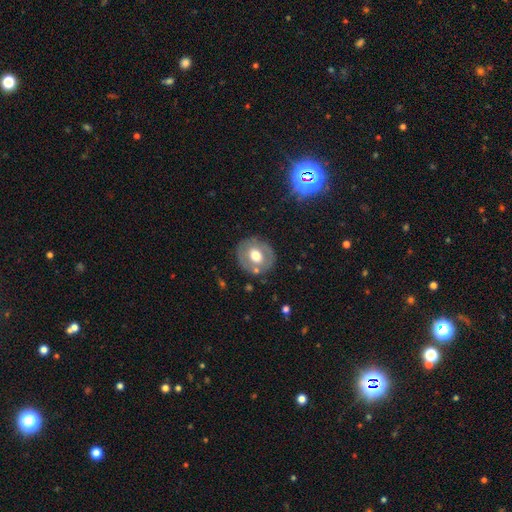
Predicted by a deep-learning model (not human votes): Overall: smooth (52%; featured or disk 41%). How rounded: round (78%). Merging: none (82%).